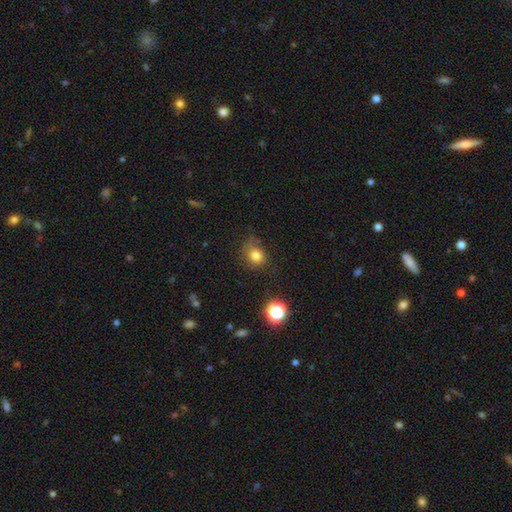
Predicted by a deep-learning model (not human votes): This is likely a smooth galaxy (79%). How rounded: likely round (71%). Merging: likely none (67%).